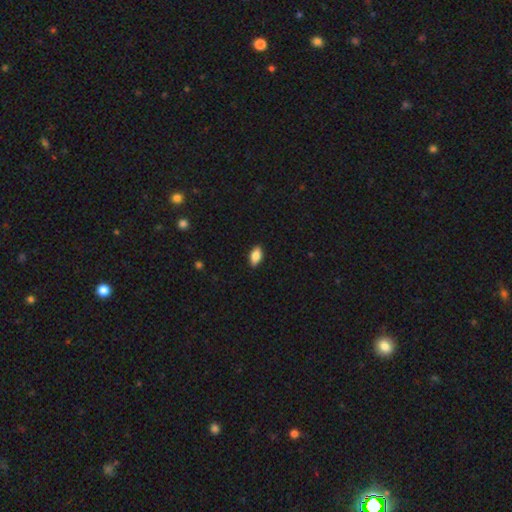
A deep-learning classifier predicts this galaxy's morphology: A smooth galaxy with no disk features (85%) that is in between round and cigar-shaped (91%). Merging: none (89%).